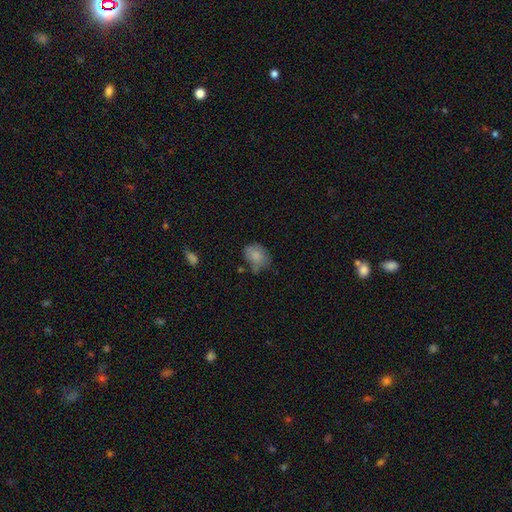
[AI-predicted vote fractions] Morphology: type=smooth (81%); roundness=in between (57%); merging=none (52%).